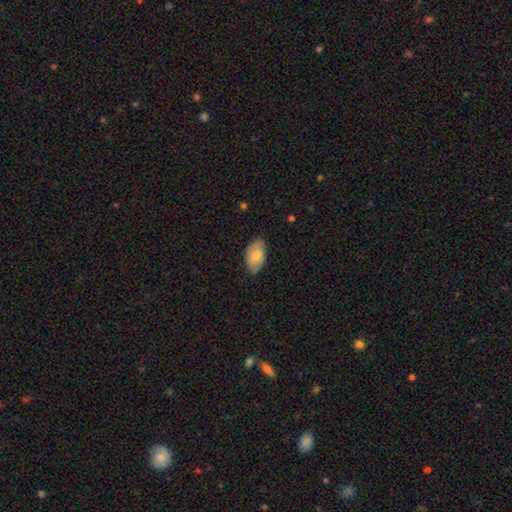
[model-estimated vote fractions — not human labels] Smooth or featured?
  - smooth: 63% *
  - featured or disk: 31%
  - star or artifact: 6%
How rounded?
  - in between: 93% *
  - round: 5%
  - cigar-shaped: 2%
Merging?
  - none: 76% *
  - minor disturbance: 20%
  - major disturbance: 3%
  - merger: 1%